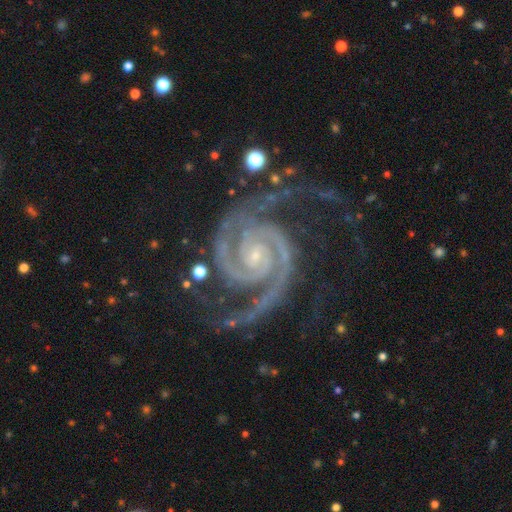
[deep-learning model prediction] smooth_or_featured: featured or disk (p=0.94) [alt: star or artifact p=0.04]
disk_edge_on: no (p=0.98) [alt: yes p=0.02]
bar: no (p=0.61) [alt: weak p=0.26]
has_spiral_arms: yes (p=0.99) [alt: no p=0.01]
spiral_winding: tight (p=0.60) [alt: medium p=0.35]
spiral_arm_count: 2 (p=0.89) [alt: 3 p=0.04]
bulge_size: small (p=0.79) [alt: moderate p=0.14]
merging: none (p=0.65) [alt: minor disturbance p=0.20]